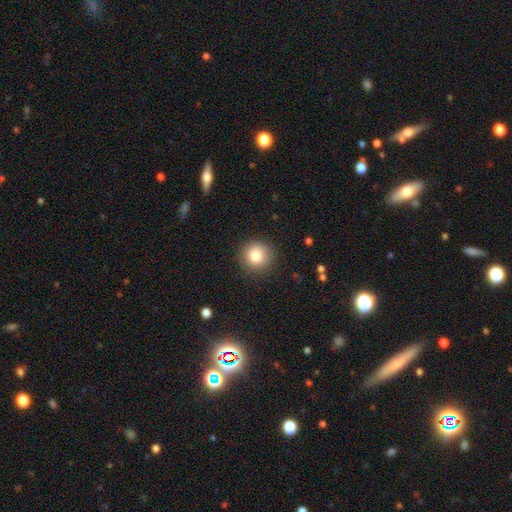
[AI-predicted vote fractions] smooth 82%, star or artifact 10%, featured or disk 8%. Down the decision tree: how rounded — round (93%); merging — none (89%).